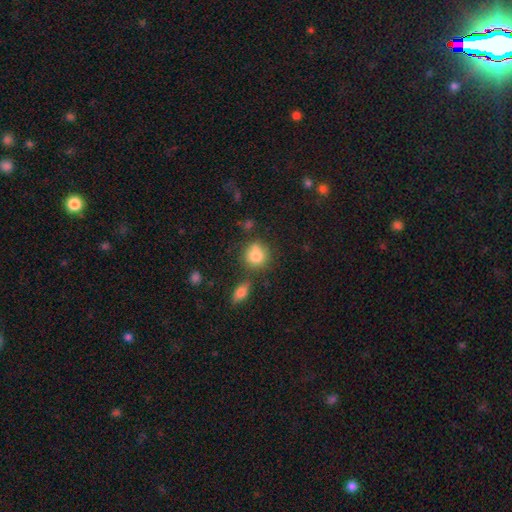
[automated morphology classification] The model was most divided on "merging": none: 60%, merger: 20%, minor disturbance: 15%, major disturbance: 5%. More confident: how rounded — round (84%); smooth or featured — smooth (79%).